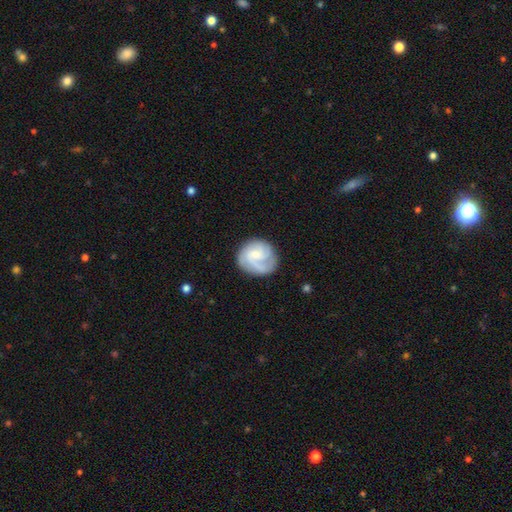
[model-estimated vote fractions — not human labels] Smooth or featured? featured or disk (71%)
Edge-on disk? no (98%)
Bar? no (54%)
Spiral arms? yes (94%)
Spiral winding? tight (49%)
Spiral arm count? 3 (30%)
Bulge size? small (52%)
Merging? none (73%)